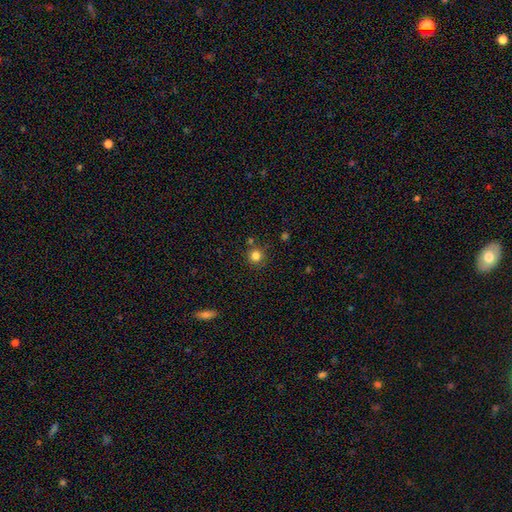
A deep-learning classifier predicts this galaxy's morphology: Smooth or featured? smooth (82%)
How rounded? round (94%)
Merging? none (82%)